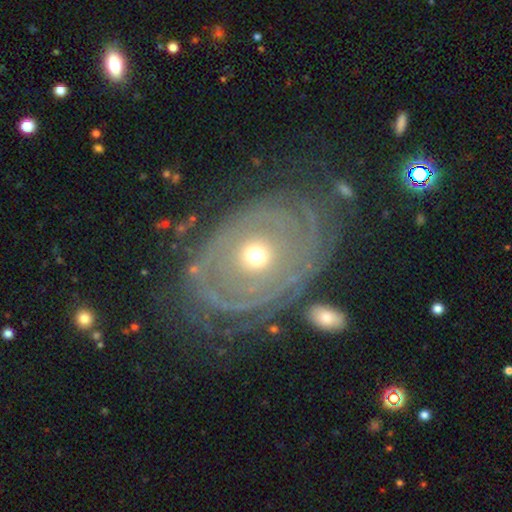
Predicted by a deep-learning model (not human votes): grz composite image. It shows a featured or disk galaxy (78%) with no bar (79%), tight (67%) spiral arms (76%) and a moderate central bulge (49%). Merging: none (66%).